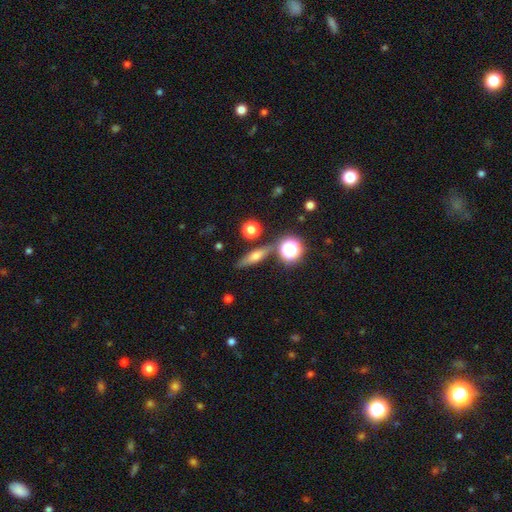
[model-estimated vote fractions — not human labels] The model was most divided on "smooth or featured": smooth: 45%, featured or disk: 41%, star or artifact: 14%. More confident: merging — none (82%).